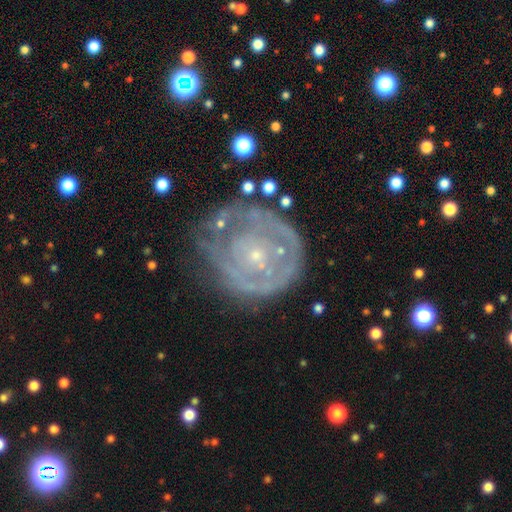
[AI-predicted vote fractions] Smooth or featured: featured or disk — 78% (smooth — 16%)
Edge-on disk: no — 98% (yes — 2%)
Bar: no — 82% (weak — 14%)
Spiral arms: yes — 66% (no — 34%)
Bulge size: small — 81% (moderate — 13%)
Merging: none — 56% (minor disturbance — 25%)